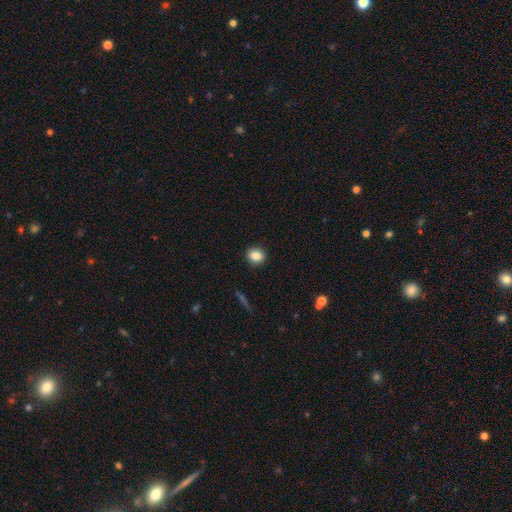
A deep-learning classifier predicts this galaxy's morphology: This is clearly a smooth galaxy (85%). How rounded: likely round (66%). Merging: clearly none (90%).